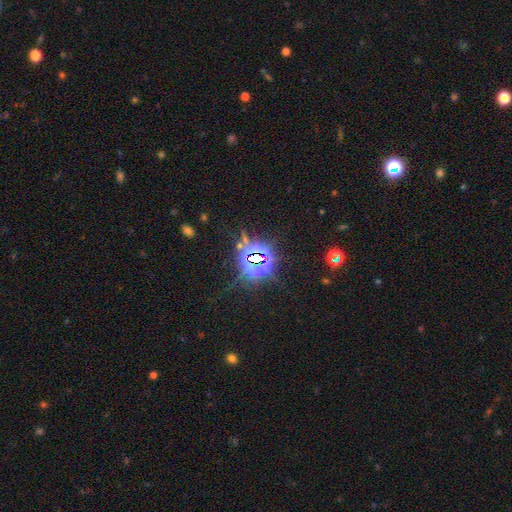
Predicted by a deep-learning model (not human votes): Smooth or featured? Predicted: star or artifact (p=0.85).